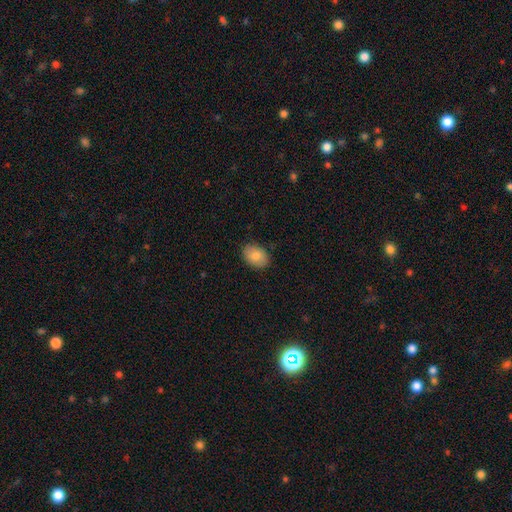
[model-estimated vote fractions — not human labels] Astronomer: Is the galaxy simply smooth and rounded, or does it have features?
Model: smooth — 84%.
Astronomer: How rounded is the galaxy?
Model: in between — 78%.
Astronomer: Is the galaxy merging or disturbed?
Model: none — 87%.